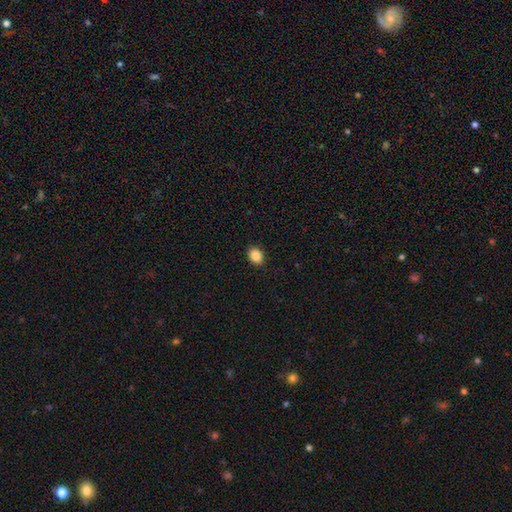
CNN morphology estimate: This is clearly a smooth galaxy (87%). How rounded: possibly in between (56%). Merging: clearly none (90%).